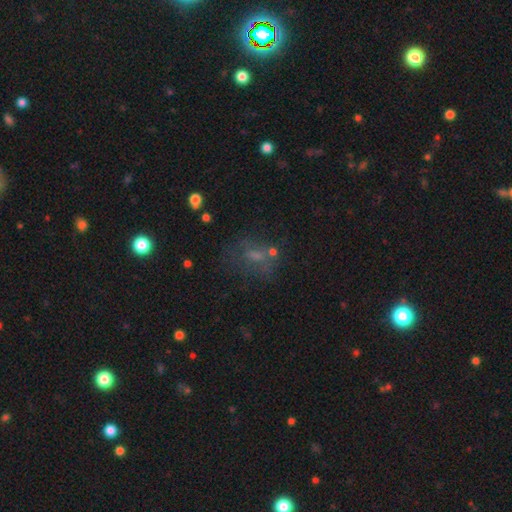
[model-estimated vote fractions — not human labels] smooth 42%, star or artifact 30%, featured or disk 27%. Down the decision tree: merging — none (55%).